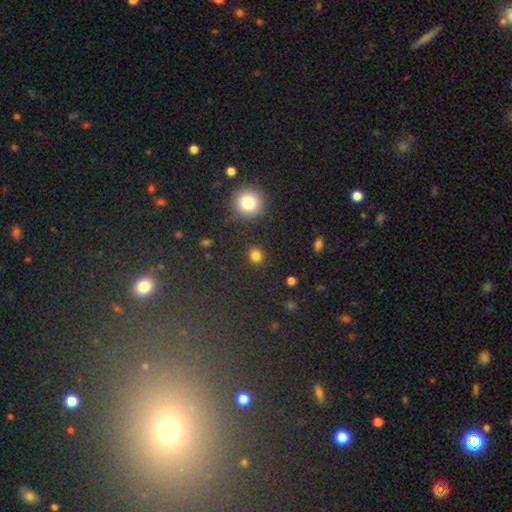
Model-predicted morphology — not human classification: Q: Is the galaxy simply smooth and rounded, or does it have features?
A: smooth — 82%.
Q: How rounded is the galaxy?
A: round — 88%.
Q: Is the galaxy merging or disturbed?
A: none — 90%.